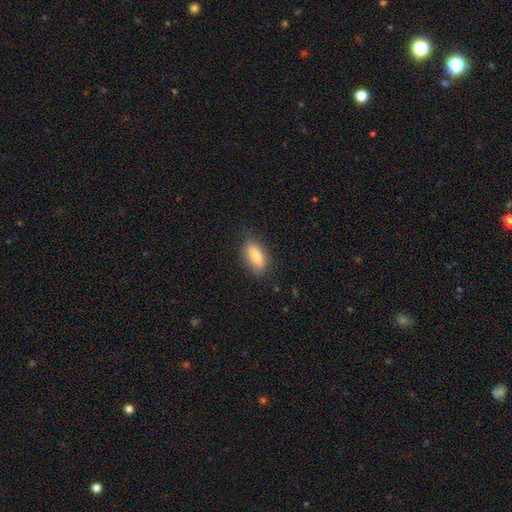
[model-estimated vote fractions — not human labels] smooth 78%, featured or disk 15%, star or artifact 7%. Down the decision tree: how rounded — in between (74%); merging — none (81%).